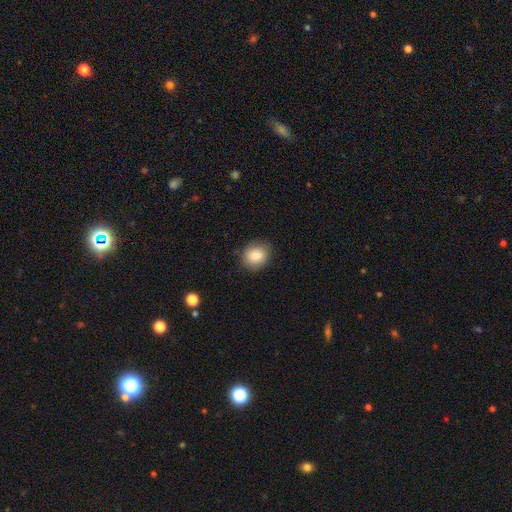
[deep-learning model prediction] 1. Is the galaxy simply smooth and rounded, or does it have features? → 86% smooth, 8% star or artifact, 6% featured or disk.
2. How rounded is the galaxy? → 64% round, 35% in between, 1% cigar-shaped.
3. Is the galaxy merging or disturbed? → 83% none, 13% minor disturbance, 3% major disturbance, 1% merger.